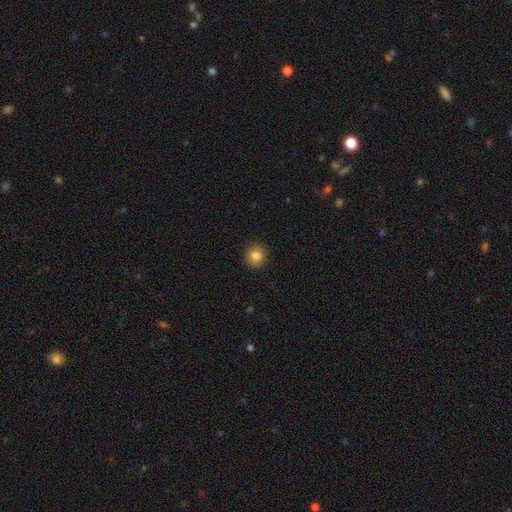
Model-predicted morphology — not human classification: type=smooth (83%); roundness=round (87%); merging=none (91%).